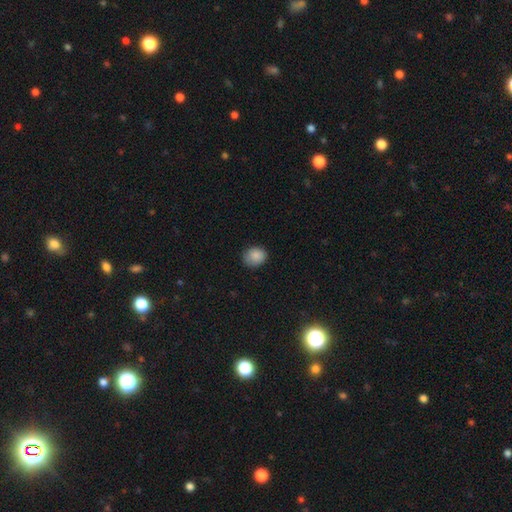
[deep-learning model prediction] A smooth galaxy with no disk features (87%) that is round (65%). Merging: none (77%).